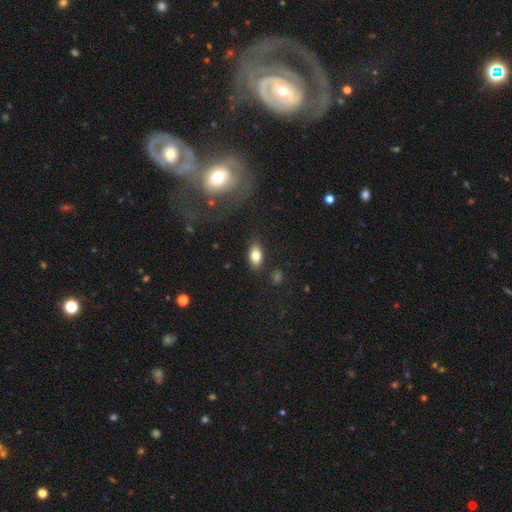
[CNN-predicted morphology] smooth-or-featured: smooth: 79% | featured or disk: 13% | star or artifact: 8%
  how-rounded: in between: 90% | round: 6% | cigar-shaped: 4%
  merging: none: 85% | minor disturbance: 11% | major disturbance: 3% | merger: 2%